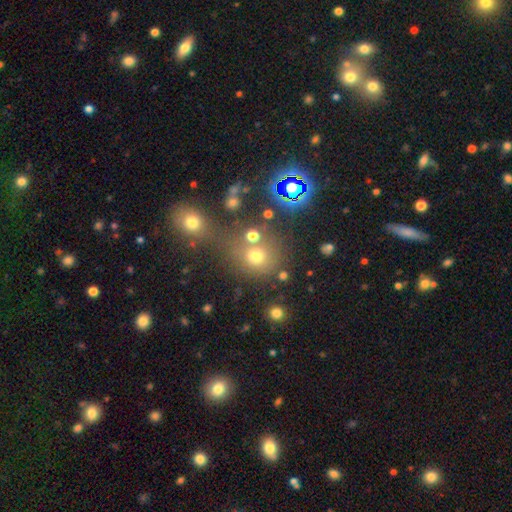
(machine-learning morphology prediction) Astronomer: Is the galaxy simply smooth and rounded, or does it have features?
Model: smooth — 67%.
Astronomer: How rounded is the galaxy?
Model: round — 84%.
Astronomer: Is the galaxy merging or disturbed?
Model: none — 59%.